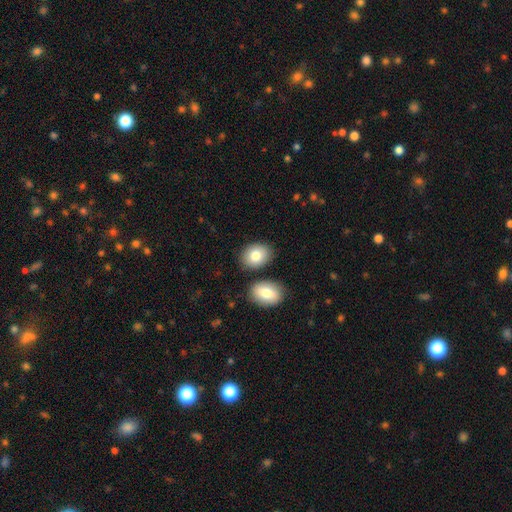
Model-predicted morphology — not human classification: This appears to be a smooth galaxy with no disk features (81%) that is in between round and cigar-shaped (64%). Merging: none (74%).